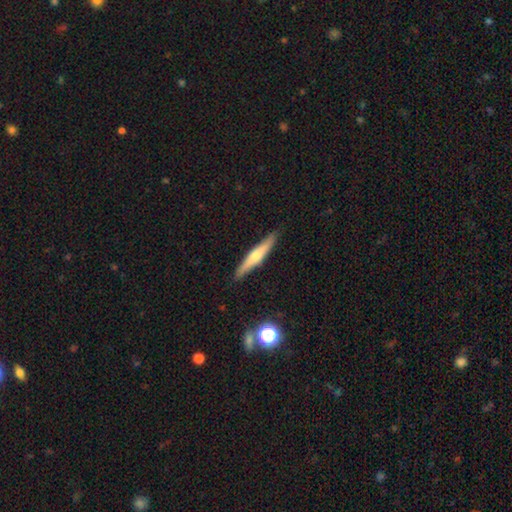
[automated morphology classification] type=featured or disk (55%); edge-on=yes (95%); edge-on bulge=rounded (83%); merging=none (89%).